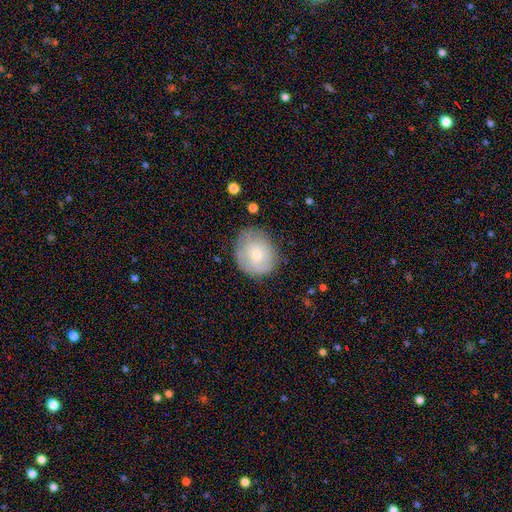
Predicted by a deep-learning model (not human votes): Q: Smooth or featured?
A: smooth (58%); runner-up: featured or disk (35%)
Q: How rounded?
A: round (71%); runner-up: in between (28%)
Q: Merging?
A: none (68%); runner-up: minor disturbance (23%)